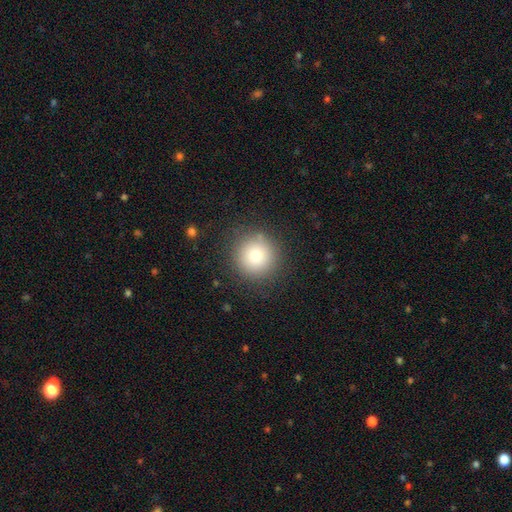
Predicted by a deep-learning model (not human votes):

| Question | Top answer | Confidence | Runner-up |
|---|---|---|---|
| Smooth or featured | smooth | 80% | star or artifact (11%) |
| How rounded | round | 94% | in between (5%) |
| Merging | none | 86% | minor disturbance (9%) |